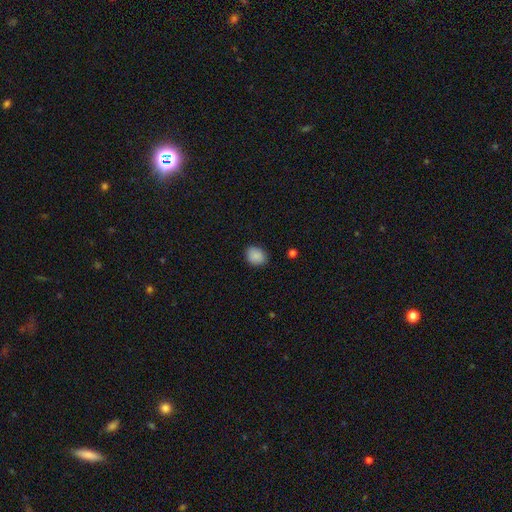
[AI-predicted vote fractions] Smooth or featured? Predicted: smooth (p=0.88). How rounded? Predicted: in between (p=0.50). Merging? Predicted: none (p=0.84).